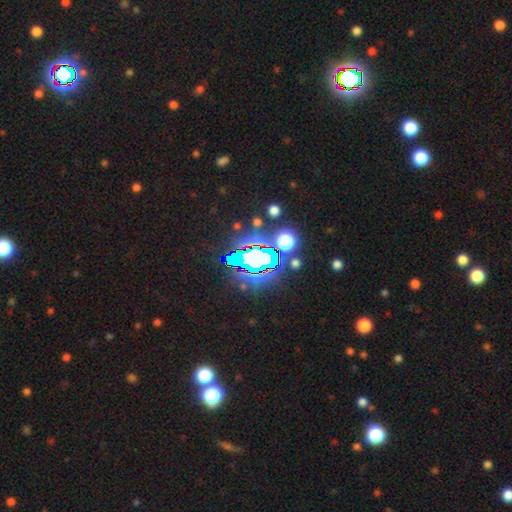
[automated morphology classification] The model was most divided on "smooth or featured": star or artifact: 72%, smooth: 16%, featured or disk: 12%.